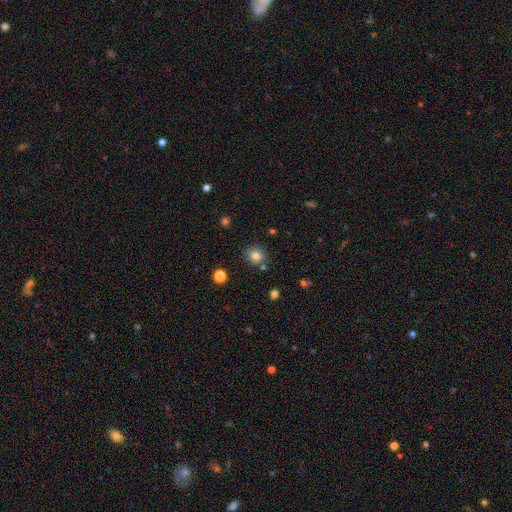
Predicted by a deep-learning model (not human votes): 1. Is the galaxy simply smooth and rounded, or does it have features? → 81% smooth, 13% star or artifact, 6% featured or disk.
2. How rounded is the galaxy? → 90% round, 9% in between, 1% cigar-shaped.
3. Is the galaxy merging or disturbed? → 83% none, 9% minor disturbance, 5% merger, 2% major disturbance.